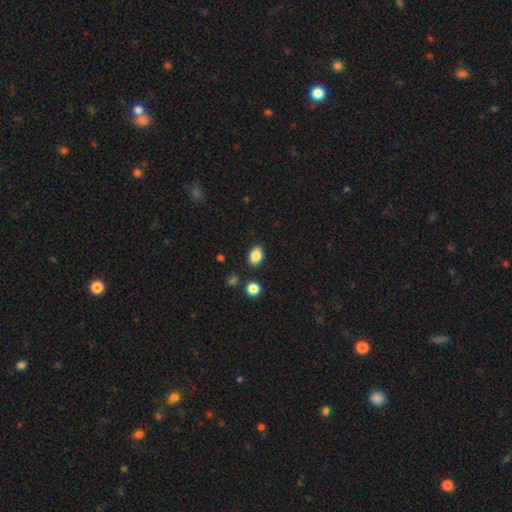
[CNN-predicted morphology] A smooth galaxy with no disk features (86%) that is in between round and cigar-shaped (80%).

Vote fractions:
- Smooth or featured? smooth: 86% / star or artifact: 9% / featured or disk: 5%
- How rounded? in between: 80% / round: 19% / cigar-shaped: 1%
- Merging? none: 86% / minor disturbance: 9% / merger: 3% / major disturbance: 2%